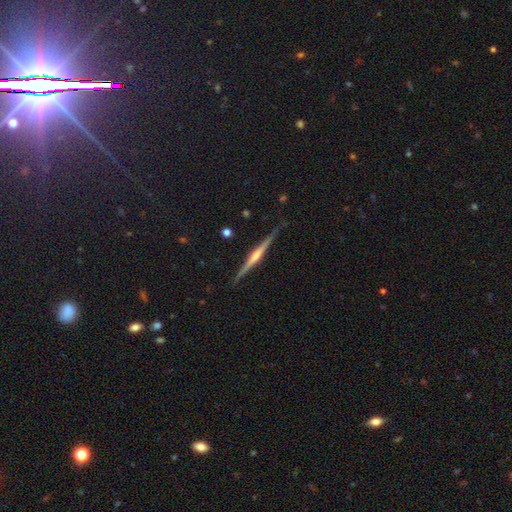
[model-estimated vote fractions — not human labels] Overall: featured or disk (81%). Edge-on disk: yes (98%). Edge-on bulge: rounded (78%). Merging: none (87%).